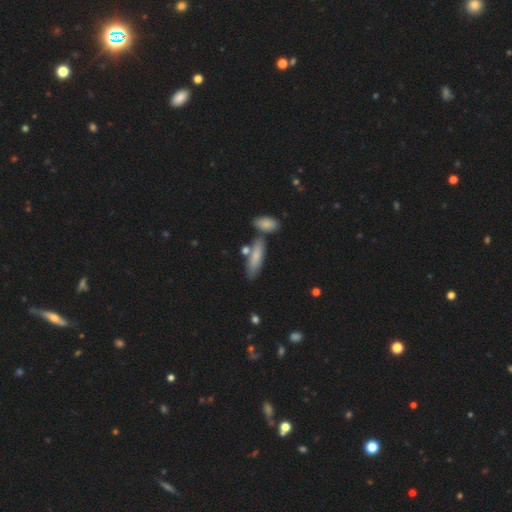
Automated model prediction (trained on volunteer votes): A smooth galaxy with no disk features (75%) that is cigar-shaped (58%).

Vote fractions:
- Smooth or featured? smooth: 75% / featured or disk: 19% / star or artifact: 7%
- How rounded? cigar-shaped: 58% / in between: 39% / round: 3%
- Merging? none: 66% / minor disturbance: 15% / merger: 15% / major disturbance: 4%